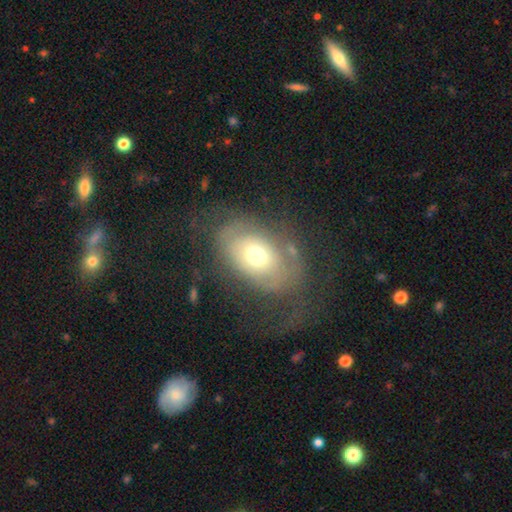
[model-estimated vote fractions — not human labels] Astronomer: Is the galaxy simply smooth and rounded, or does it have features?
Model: featured or disk — 48% (runner-up: smooth, 43%).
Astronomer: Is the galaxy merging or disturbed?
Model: none — 48% (runner-up: major disturbance, 27%).